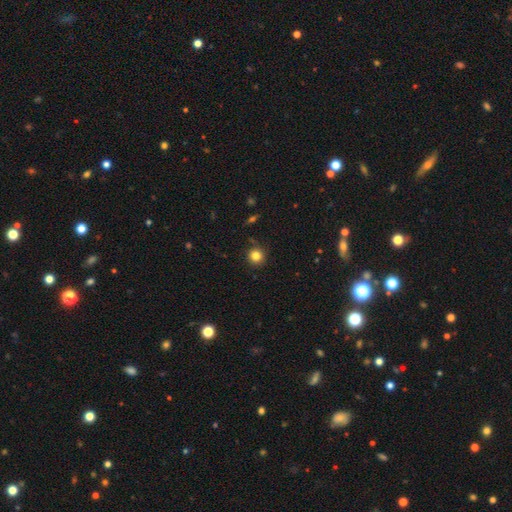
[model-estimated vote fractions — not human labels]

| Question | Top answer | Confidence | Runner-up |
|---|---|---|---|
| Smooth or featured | smooth | 82% | star or artifact (12%) |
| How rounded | round | 93% | in between (6%) |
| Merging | none | 88% | minor disturbance (8%) |